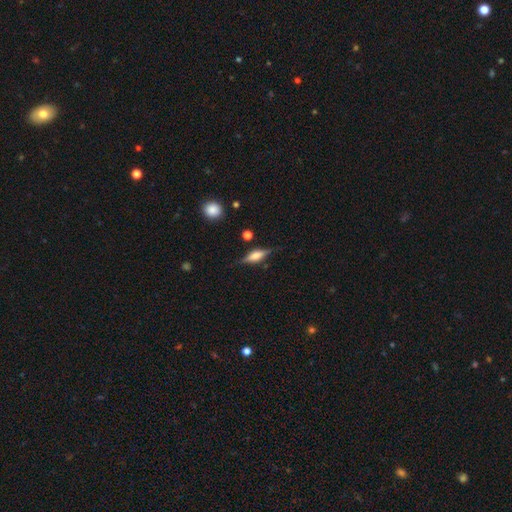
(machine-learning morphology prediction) Smooth or featured: featured or disk — 60% (smooth — 32%)
Edge-on disk: yes — 95% (no — 5%)
Edge-on bulge: rounded — 68% (boxy — 27%)
Merging: none — 80% (minor disturbance — 14%)